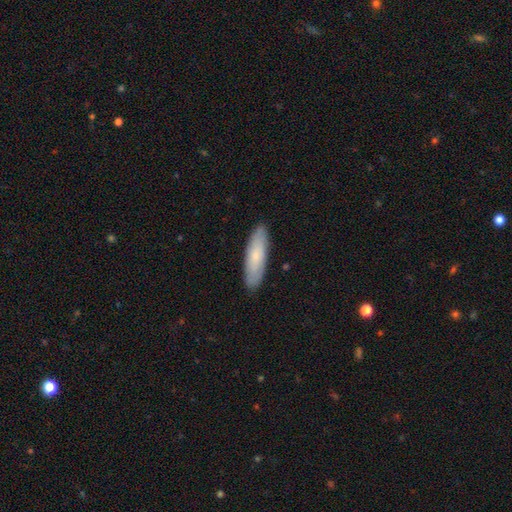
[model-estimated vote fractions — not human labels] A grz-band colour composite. It shows a smooth galaxy with no disk features (73%) that is cigar-shaped (63%). Merging: none (89%).